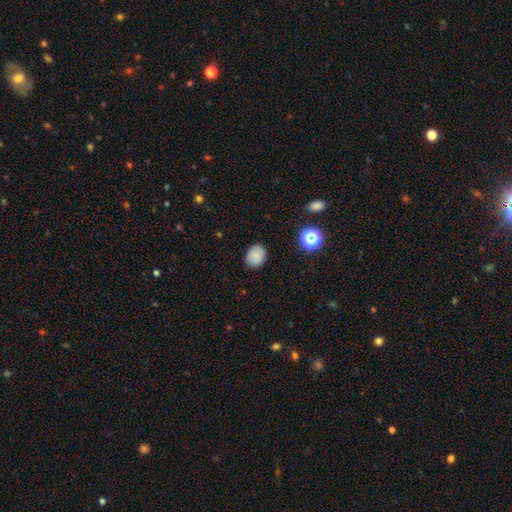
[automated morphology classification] type=smooth (82%); roundness=round (54%); merging=none (85%).